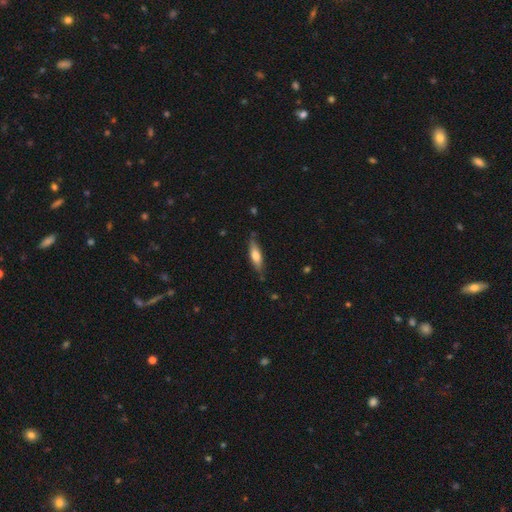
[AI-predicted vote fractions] Overall: smooth (60%; featured or disk 34%). How rounded: cigar-shaped (62%; in between 36%). Merging: none (79%).